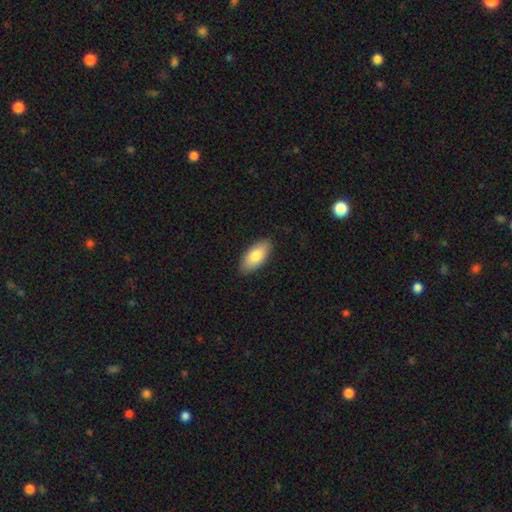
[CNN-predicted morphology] A smooth galaxy with no disk features (81%) that is in between round and cigar-shaped (92%). Merging: none (87%).